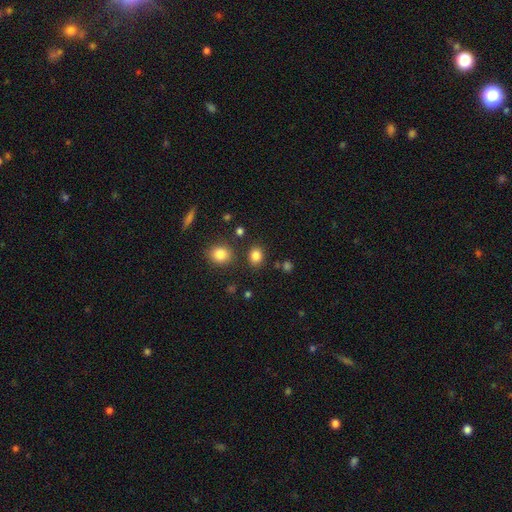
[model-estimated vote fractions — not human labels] A smooth galaxy with no disk features (84%) that is round (62%). Merging: none (83%).